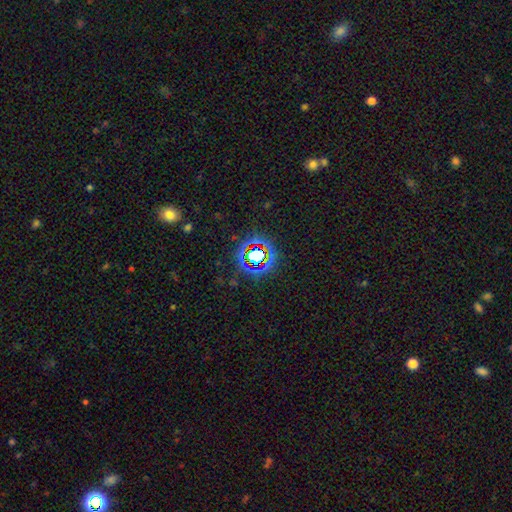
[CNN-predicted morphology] This is likely a star or artifact rather than a galaxy (71%).